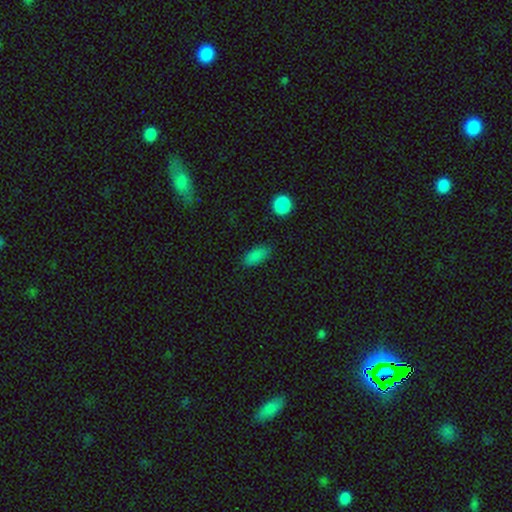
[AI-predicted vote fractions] This is clearly a smooth galaxy (85%). How rounded: clearly in between (86%). Merging: clearly none (81%).